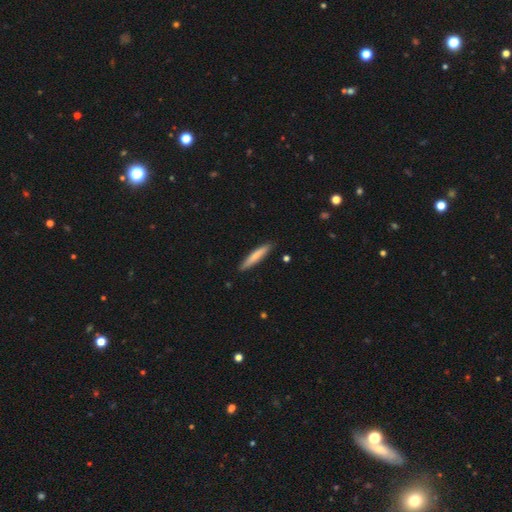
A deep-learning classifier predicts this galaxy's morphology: A smooth galaxy with no disk features (74%) that is cigar-shaped (92%). Merging: none (88%).